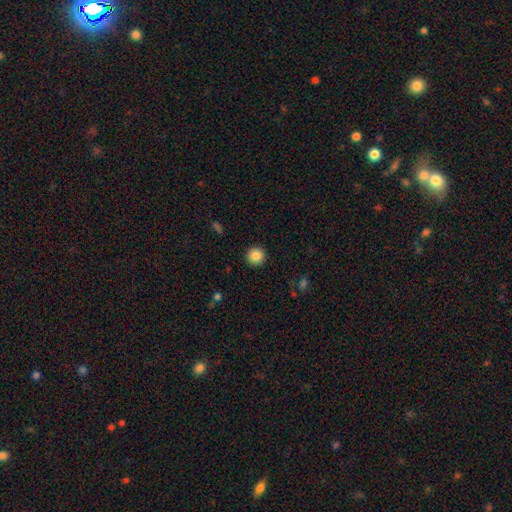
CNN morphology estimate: Smooth or featured? Predicted: smooth (p=0.86). How rounded? Predicted: round (p=0.94). Merging? Predicted: none (p=0.92).